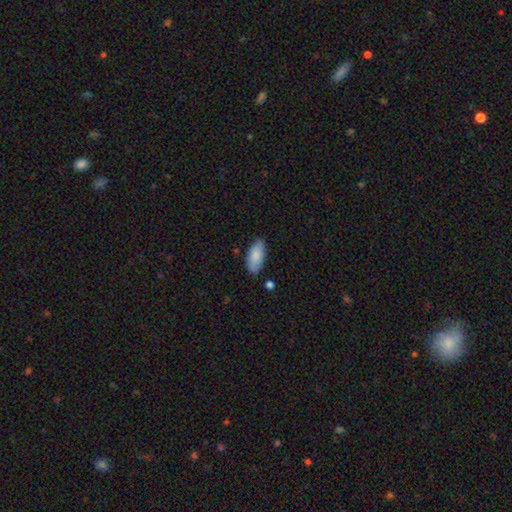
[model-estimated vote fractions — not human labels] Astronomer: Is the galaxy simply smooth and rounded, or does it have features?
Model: smooth — 85%.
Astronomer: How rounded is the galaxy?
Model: in between — 90%.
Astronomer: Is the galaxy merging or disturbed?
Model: none — 78%.